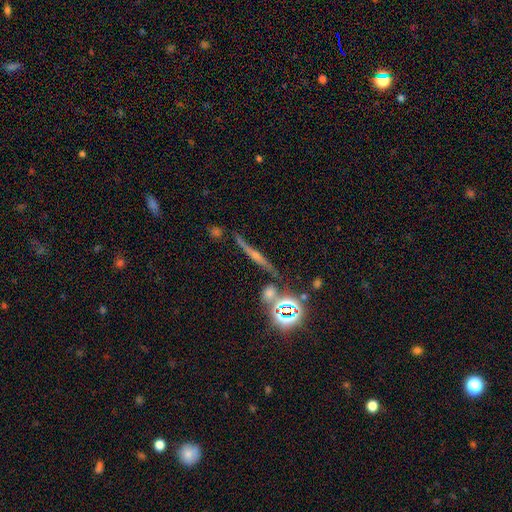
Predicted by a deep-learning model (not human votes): smooth-or-featured: featured or disk: 54% | star or artifact: 26% | smooth: 20%
  disk-edge-on: yes: 90% | no: 10%
  merging: none: 76% | minor disturbance: 13% | merger: 7% | major disturbance: 4%